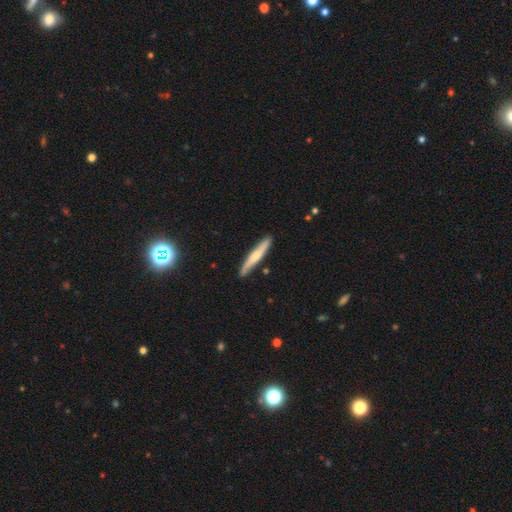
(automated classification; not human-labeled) Smooth or featured: smooth — 55% (featured or disk — 40%)
How rounded: cigar-shaped — 94% (in between — 5%)
Merging: none — 86% (minor disturbance — 10%)